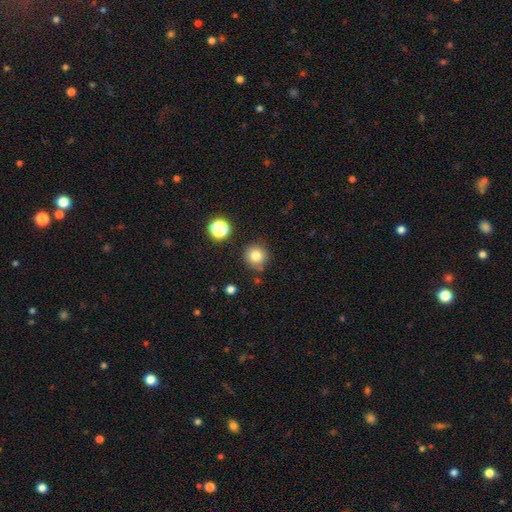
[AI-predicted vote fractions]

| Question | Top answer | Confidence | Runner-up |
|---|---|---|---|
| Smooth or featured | smooth | 80% | star or artifact (13%) |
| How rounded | round | 94% | in between (5%) |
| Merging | none | 84% | minor disturbance (9%) |